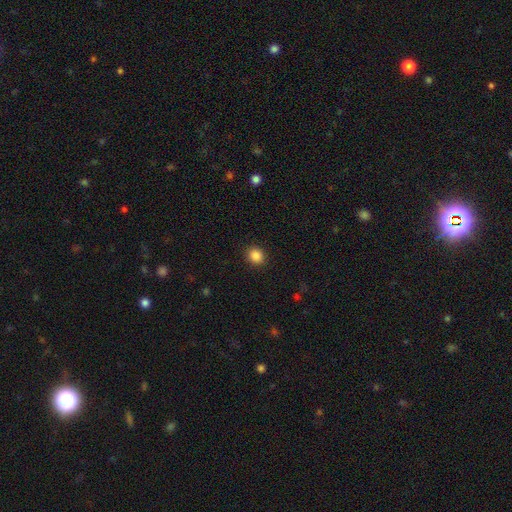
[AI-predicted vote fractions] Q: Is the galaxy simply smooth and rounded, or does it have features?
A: smooth — 87%.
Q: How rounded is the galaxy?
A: round — 76%.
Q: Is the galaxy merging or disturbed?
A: none — 91%.